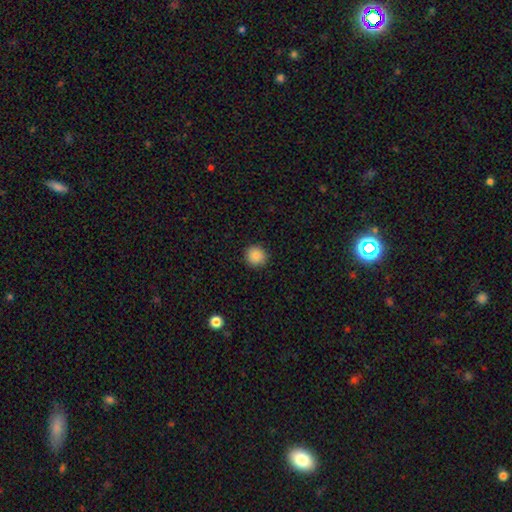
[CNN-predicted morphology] Q: Smooth or featured?
A: smooth (87%); runner-up: star or artifact (9%)
Q: How rounded?
A: round (92%); runner-up: in between (7%)
Q: Merging?
A: none (92%); runner-up: minor disturbance (5%)